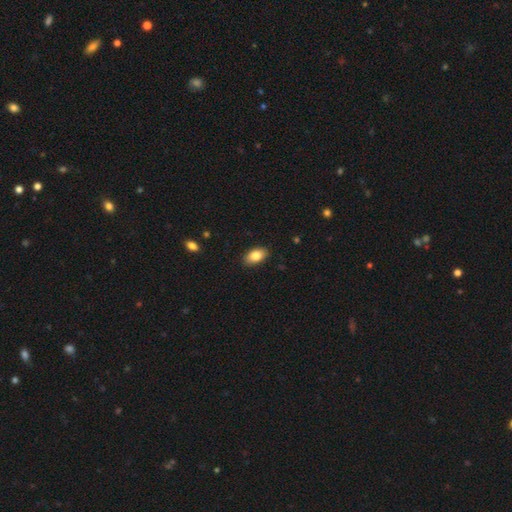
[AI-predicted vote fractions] This appears to be a smooth galaxy with no disk features (85%) that is in between round and cigar-shaped (92%). Merging: none (87%).